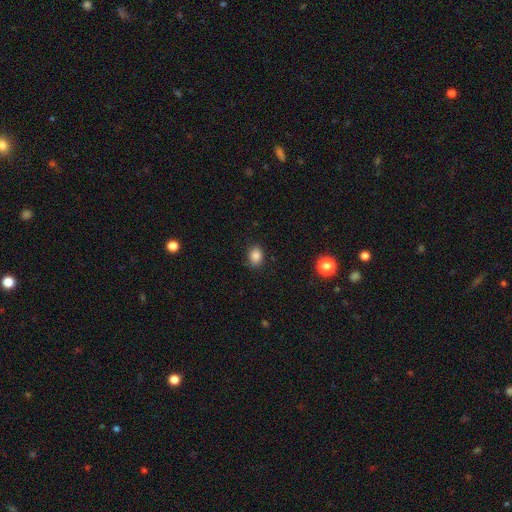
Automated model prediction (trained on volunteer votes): Smooth or featured: smooth — 85% (star or artifact — 11%)
How rounded: in between — 62% (round — 37%)
Merging: none — 84% (minor disturbance — 12%)